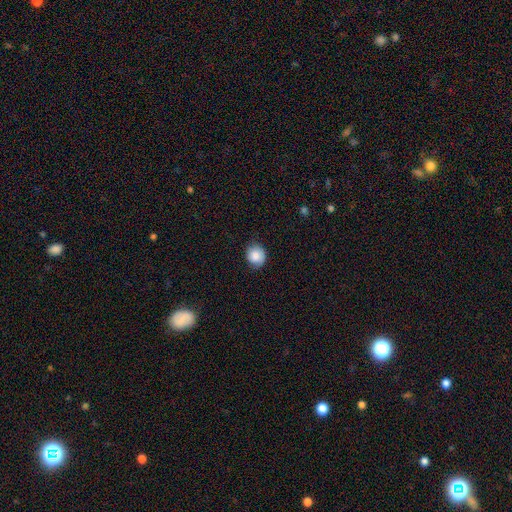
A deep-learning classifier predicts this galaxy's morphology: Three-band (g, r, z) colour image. It shows a smooth galaxy with no disk features (79%) that is round (82%). Merging: none (73%).